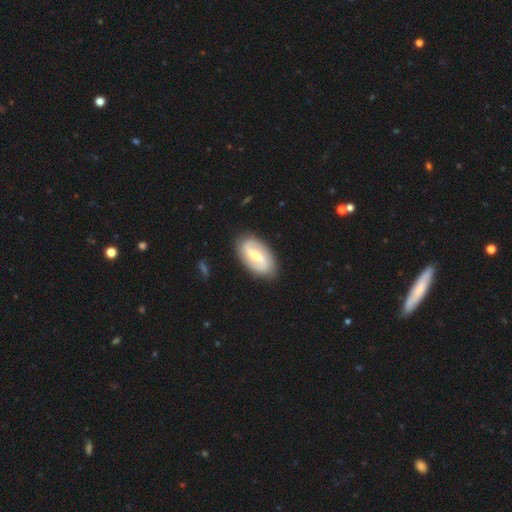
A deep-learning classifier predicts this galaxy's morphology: Smooth or featured?
  - featured or disk: 79% *
  - smooth: 17%
  - star or artifact: 4%
Edge-on disk?
  - no: 96% *
  - yes: 4%
Bar?
  - strong: 44% *
  - weak: 41%
  - no: 14%
Spiral arms?
  - yes: 90% *
  - no: 10%
Spiral winding?
  - medium: 39% *
  - loose: 34%
  - tight: 27%
Spiral arm count?
  - 2: 90% *
  - can't tell: 5%
  - 1: 2%
  - 3: 1%
  - 4: 1%
  - more than 4: 1%
Bulge size?
  - moderate: 54% *
  - small: 37%
  - large: 5%
  - none: 2%
  - dominant: 1%
Merging?
  - none: 87% *
  - minor disturbance: 10%
  - major disturbance: 3%
  - merger: 1%